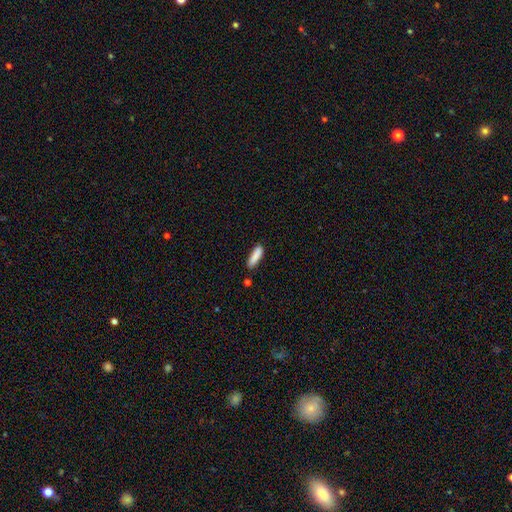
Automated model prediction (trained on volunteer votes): smooth_or_featured: smooth (p=0.87) [alt: star or artifact p=0.07]
how_rounded: cigar-shaped (p=0.69) [alt: in between p=0.30]
merging: none (p=0.79) [alt: minor disturbance p=0.14]